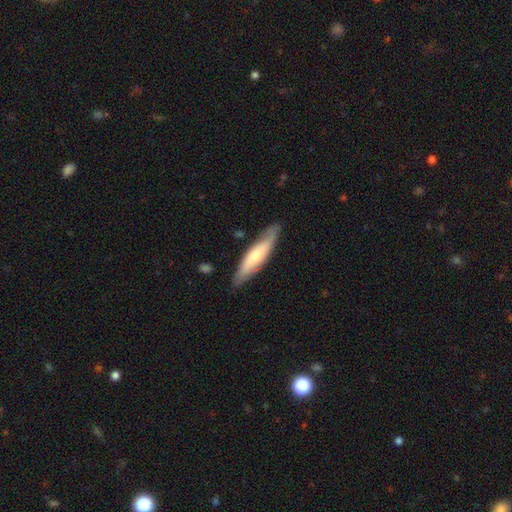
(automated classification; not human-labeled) smooth-or-featured: smooth: 54% | featured or disk: 41% | star or artifact: 5%
  how-rounded: cigar-shaped: 73% | in between: 25% | round: 1%
  merging: none: 82% | minor disturbance: 13% | major disturbance: 3% | merger: 2%